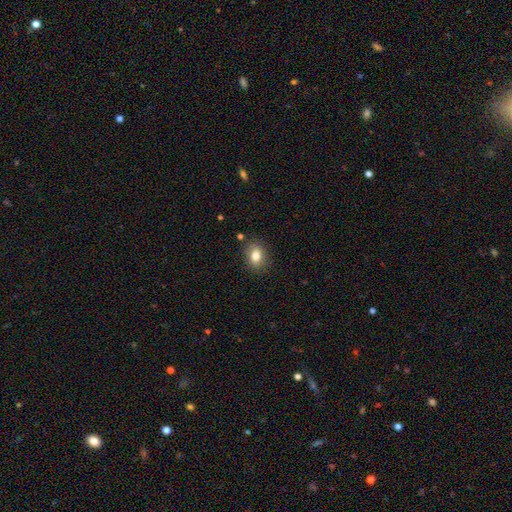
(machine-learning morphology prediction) This appears to be a smooth galaxy with no disk features (81%) that is in between round and cigar-shaped (68%). Merging: none (83%).